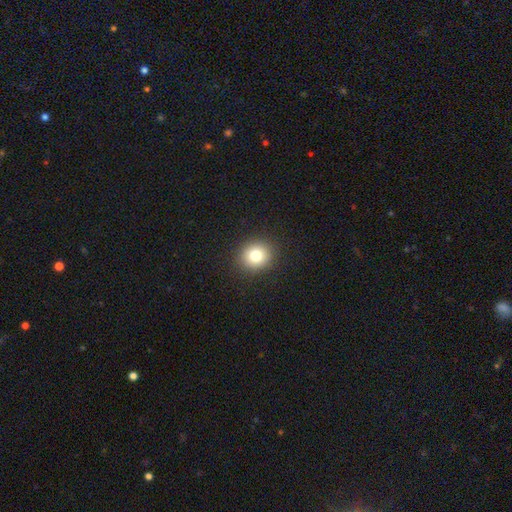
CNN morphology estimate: This appears to be a smooth galaxy with no disk features (80%) that is round (80%). Merging: none (91%).